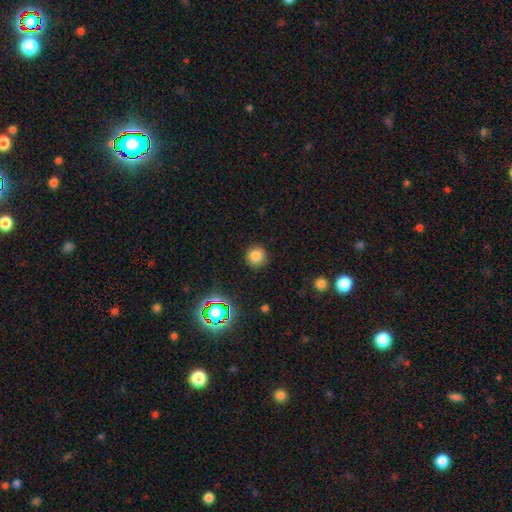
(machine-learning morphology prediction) smooth 81%, star or artifact 15%, featured or disk 5%. Down the decision tree: how rounded — round (93%); merging — none (89%).